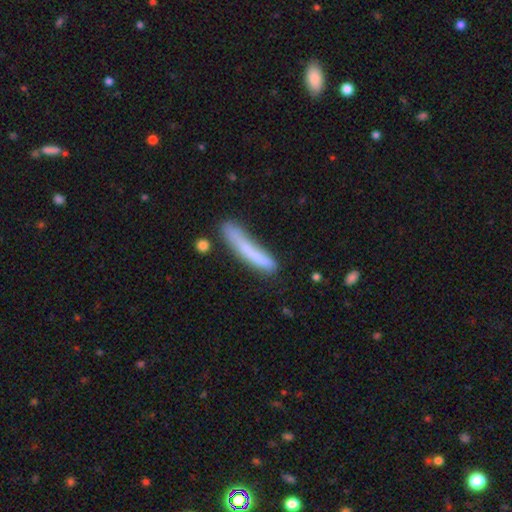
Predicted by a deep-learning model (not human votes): smooth 71%, featured or disk 22%, star or artifact 7%. Down the decision tree: how rounded — cigar-shaped (94%); merging — none (63%).